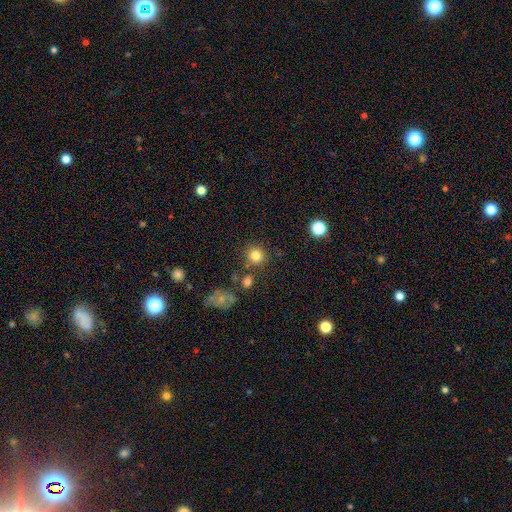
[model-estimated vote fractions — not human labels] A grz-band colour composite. It shows a smooth galaxy with no disk features (81%) that is round (91%). Merging: none (80%).